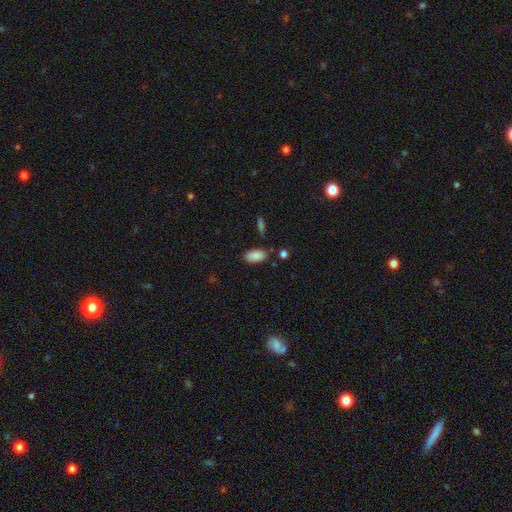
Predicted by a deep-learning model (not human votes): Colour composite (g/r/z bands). It shows a smooth galaxy with no disk features (88%) that is in between round and cigar-shaped (93%). Merging: none (81%).